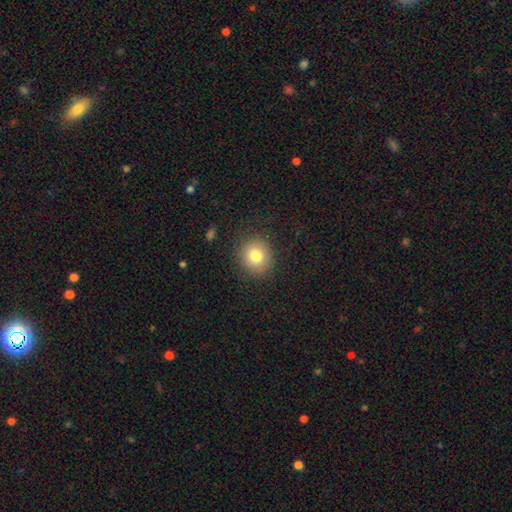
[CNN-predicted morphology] A smooth galaxy with no disk features (80%) that is round (86%). Merging: none (87%).